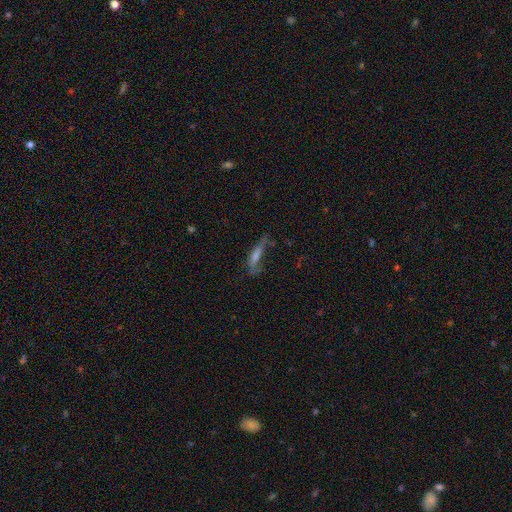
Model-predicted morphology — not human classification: smooth-or-featured: smooth: 46% | featured or disk: 42% | star or artifact: 12%
  merging: none: 47% | minor disturbance: 28% | major disturbance: 21% | merger: 5%